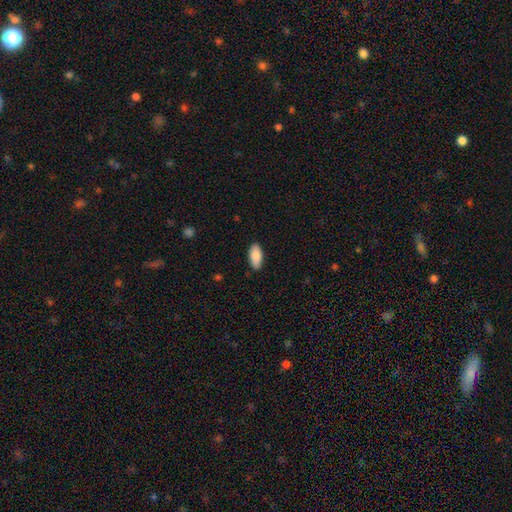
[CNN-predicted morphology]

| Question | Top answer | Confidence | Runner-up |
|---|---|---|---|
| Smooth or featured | smooth | 88% | featured or disk (6%) |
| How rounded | in between | 91% | cigar-shaped (7%) |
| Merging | none | 88% | minor disturbance (9%) |